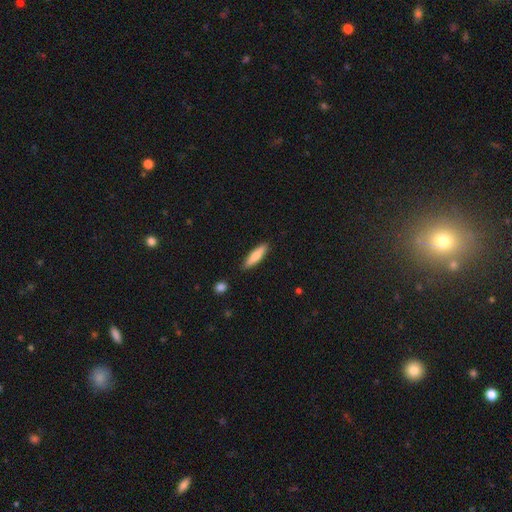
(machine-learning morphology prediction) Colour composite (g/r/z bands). It shows a smooth galaxy with no disk features (77%) that is cigar-shaped (73%). Merging: none (87%).